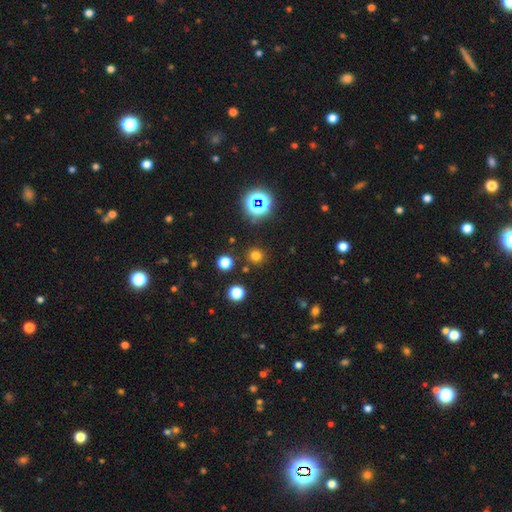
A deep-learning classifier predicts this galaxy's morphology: The model was most divided on "smooth or featured": smooth: 71%, star or artifact: 24%, featured or disk: 5%. More confident: how rounded — round (92%); merging — none (88%).